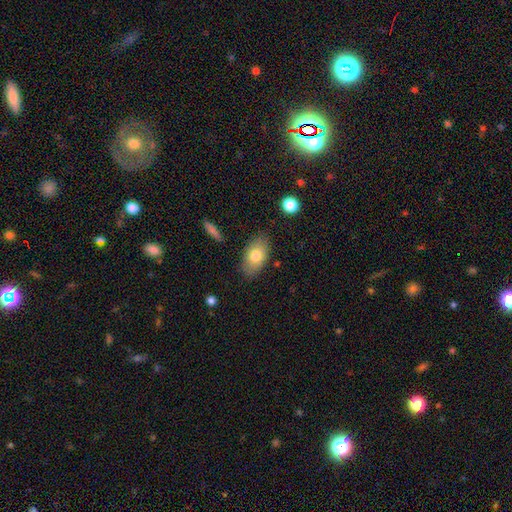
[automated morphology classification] The model was most divided on "smooth or featured": smooth: 76%, featured or disk: 17%, star or artifact: 7%. More confident: how rounded — in between (92%); merging — none (81%).